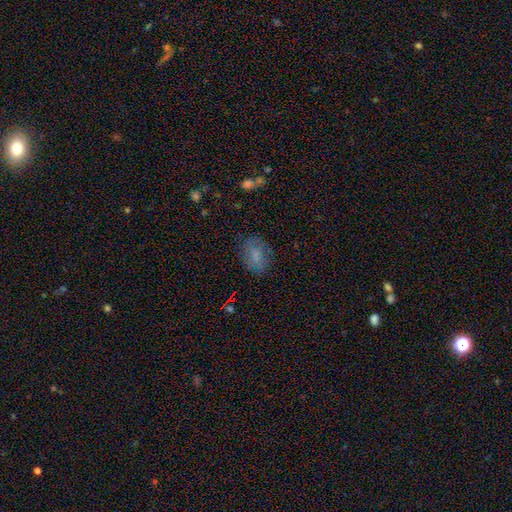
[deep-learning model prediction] This appears to be a smooth galaxy with no disk features (78%) that is in between round and cigar-shaped (78%). Merging: none (80%).